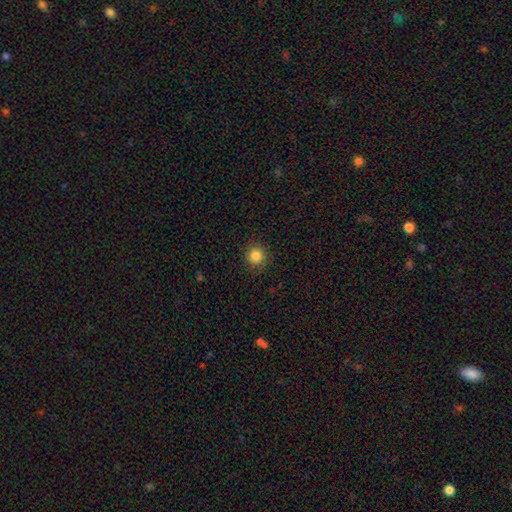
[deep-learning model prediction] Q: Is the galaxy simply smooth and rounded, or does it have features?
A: smooth — 84%.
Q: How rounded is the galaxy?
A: round — 93%.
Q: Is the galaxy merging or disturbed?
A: none — 91%.